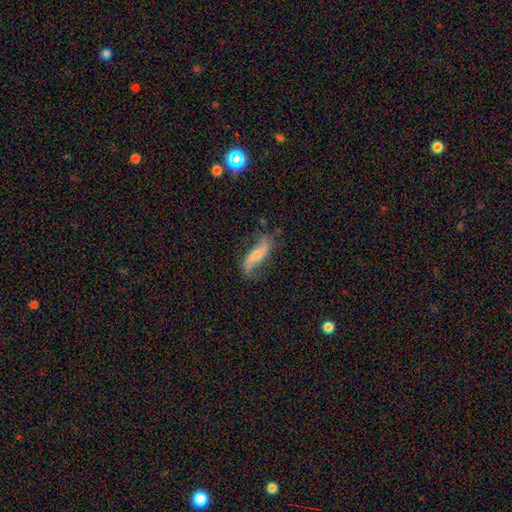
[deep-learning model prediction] This is likely a featured or disk galaxy (72%). It is clearly not viewed edge-on (83%). Bar: possibly no (47%). Spiral arm pattern: clearly yes (92%). Spiral arm count: clearly 2 (90%). Spiral winding: clearly loose (85%). Central bulge: possibly small (46%). Merging: likely none (67%).